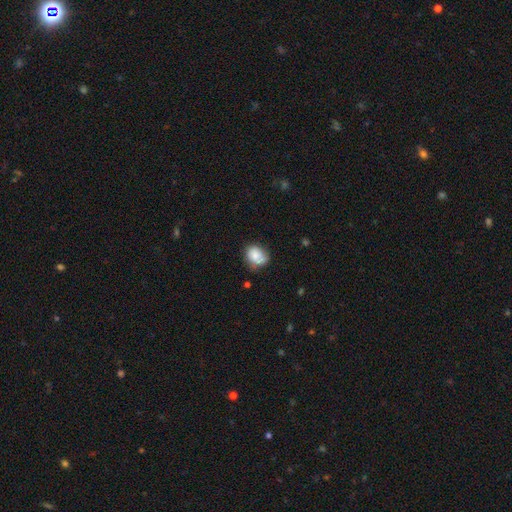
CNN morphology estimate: Overall: smooth (69%). How rounded: in between (51%; round 48%). Merging: none (52%; minor disturbance 31%).